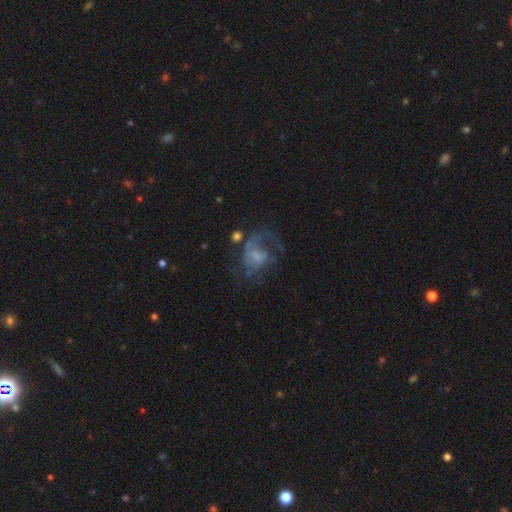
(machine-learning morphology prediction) Smooth or featured?
  - featured or disk: 61% *
  - smooth: 27%
  - star or artifact: 12%
Edge-on disk?
  - no: 98% *
  - yes: 2%
Bar?
  - no: 64% *
  - weak: 31%
  - strong: 5%
Spiral arms?
  - yes: 66% *
  - no: 34%
Bulge size?
  - none: 36% *
  - small: 32%
  - moderate: 23%
  - large: 7%
  - dominant: 2%
Merging?
  - major disturbance: 43% *
  - none: 34%
  - minor disturbance: 17%
  - merger: 5%